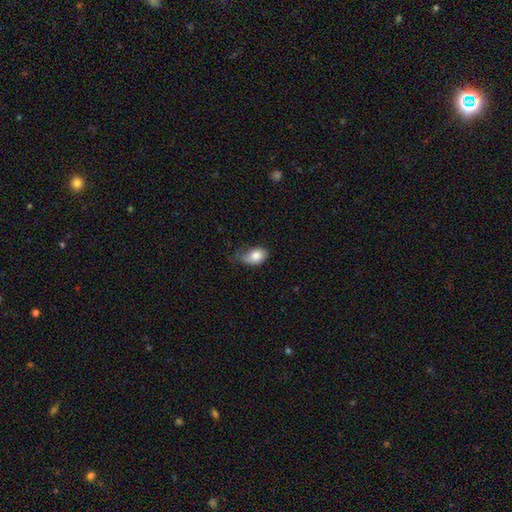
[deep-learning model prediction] Morphology: type=smooth (80%); roundness=in between (77%); merging=minor disturbance (43%).